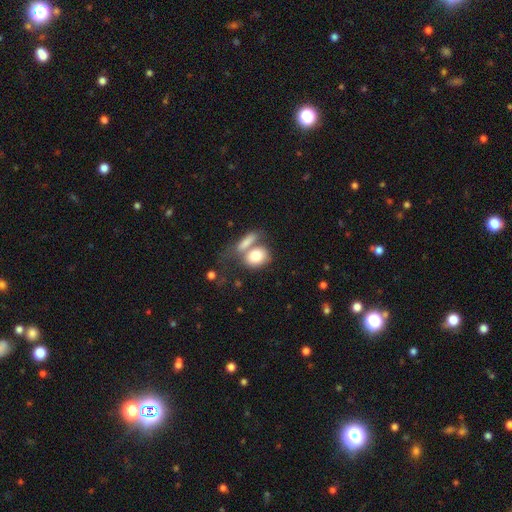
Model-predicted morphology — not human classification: The model was most divided on "merging": merger: 48%, none: 32%, minor disturbance: 11%, major disturbance: 9%. More confident: smooth or featured — smooth (80%); how rounded — in between (69%).